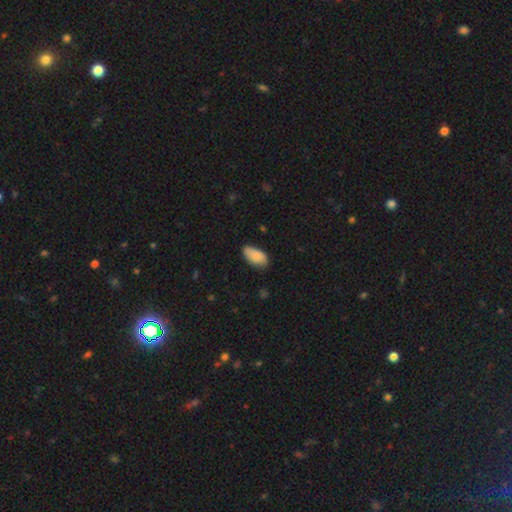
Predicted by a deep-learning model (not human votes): smooth 86%, featured or disk 8%, star or artifact 6%. Down the decision tree: how rounded — in between (95%); merging — none (75%).